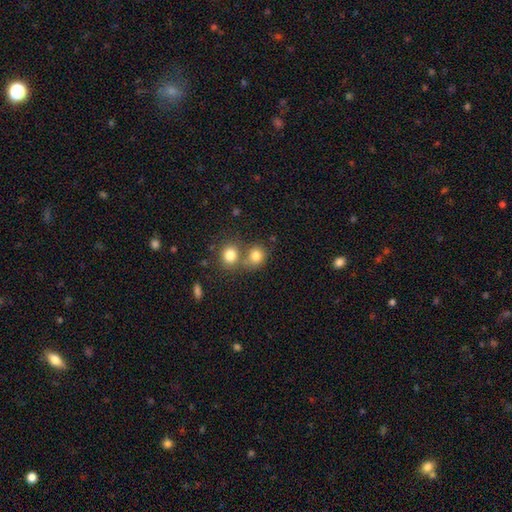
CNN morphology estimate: Smooth or featured: smooth — 79% (star or artifact — 12%)
How rounded: round — 76% (in between — 23%)
Merging: none — 46% (merger — 42%)